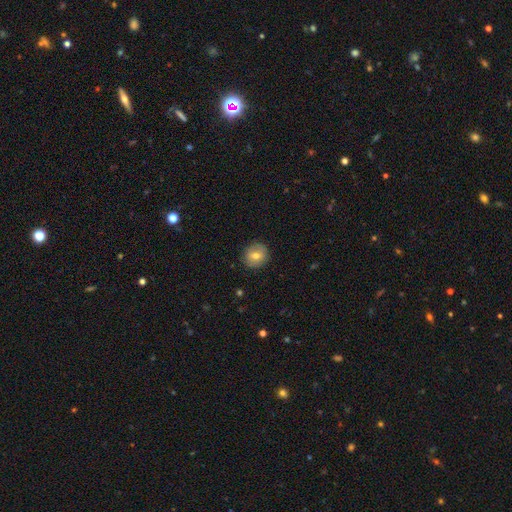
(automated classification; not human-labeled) Smooth or featured: smooth — 69% (featured or disk — 23%)
How rounded: round — 87% (in between — 12%)
Merging: none — 87% (minor disturbance — 9%)